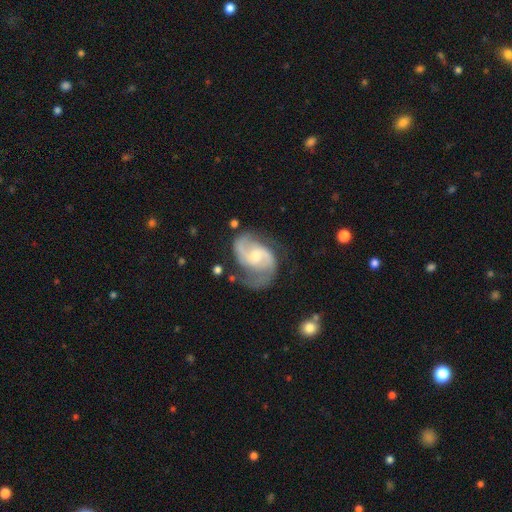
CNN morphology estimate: A featured or disk galaxy (89%) with a weak bar (46%), 2 (90%) medium (56%) spiral arms (97%) and a small central bulge (47%). Merging: none (64%).